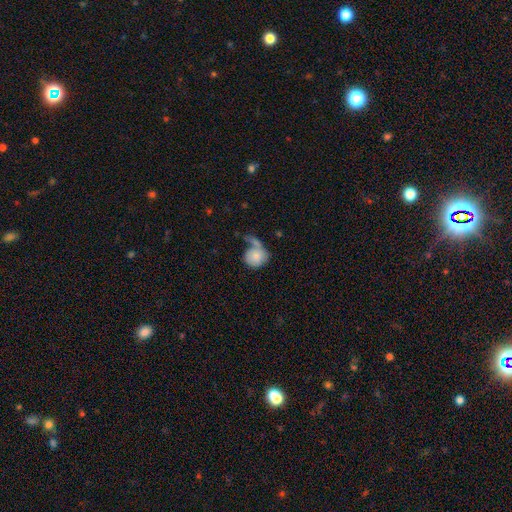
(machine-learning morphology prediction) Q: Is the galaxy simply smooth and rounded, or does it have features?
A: smooth — 75%.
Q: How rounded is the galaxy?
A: round — 78%.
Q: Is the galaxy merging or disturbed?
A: none — 30%.